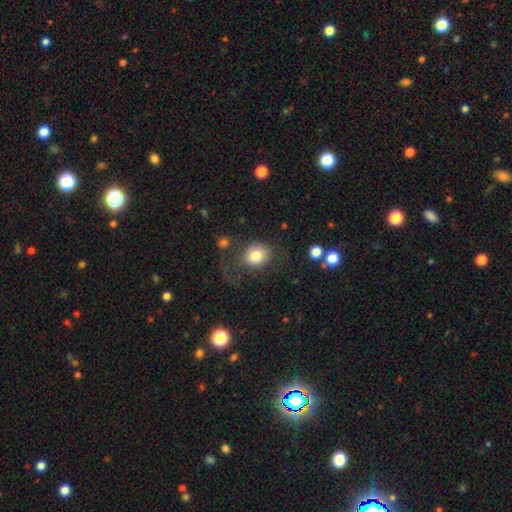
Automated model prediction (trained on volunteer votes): smooth 79%, featured or disk 12%, star or artifact 9%. Down the decision tree: how rounded — round (71%); merging — none (51%).